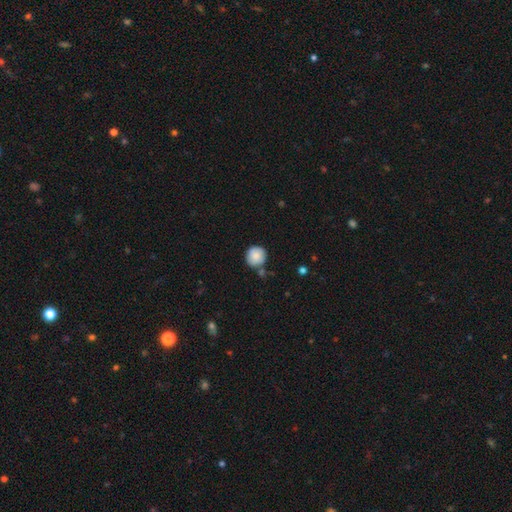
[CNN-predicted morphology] type=smooth (85%); roundness=round (94%); merging=none (77%).